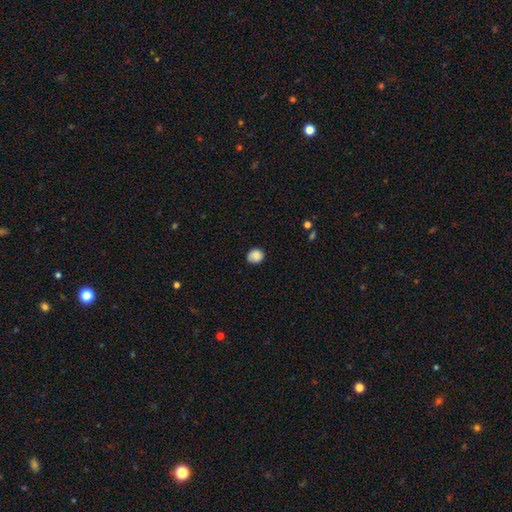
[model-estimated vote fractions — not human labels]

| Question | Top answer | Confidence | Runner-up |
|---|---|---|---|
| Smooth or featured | smooth | 86% | star or artifact (9%) |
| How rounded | round | 77% | in between (22%) |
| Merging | none | 77% | minor disturbance (18%) |